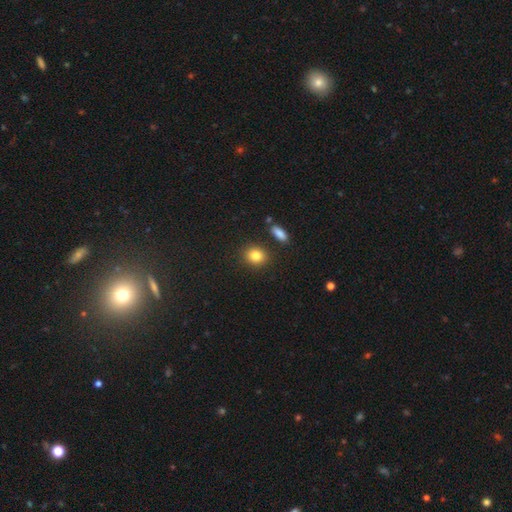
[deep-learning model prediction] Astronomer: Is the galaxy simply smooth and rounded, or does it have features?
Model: smooth — 84%.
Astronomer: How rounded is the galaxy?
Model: round — 70%.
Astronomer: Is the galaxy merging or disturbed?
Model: none — 85%.